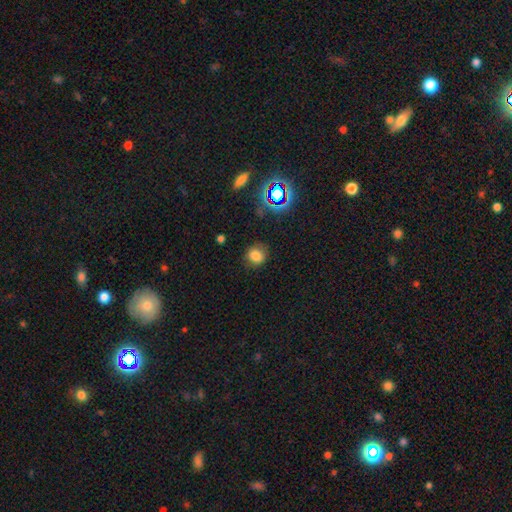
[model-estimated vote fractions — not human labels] A smooth galaxy with no disk features (77%) that is round (79%). Merging: none (80%).